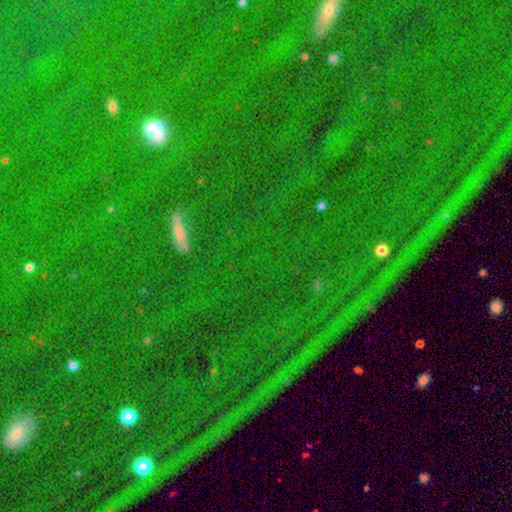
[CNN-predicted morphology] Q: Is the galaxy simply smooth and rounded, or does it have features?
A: star or artifact — 77%.